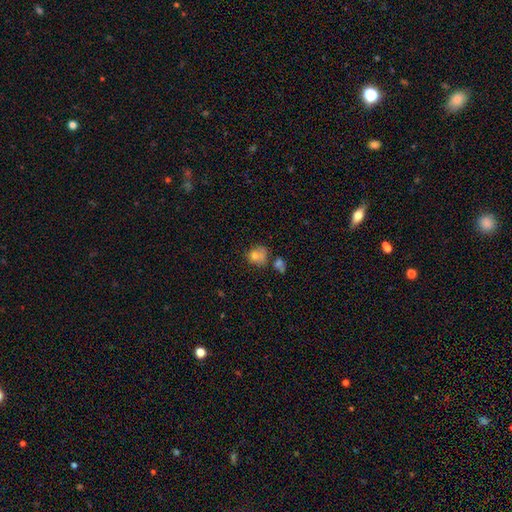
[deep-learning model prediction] Smooth or featured? Predicted: smooth (p=0.71). How rounded? Predicted: round (p=0.69). Merging? Predicted: none (p=0.42).